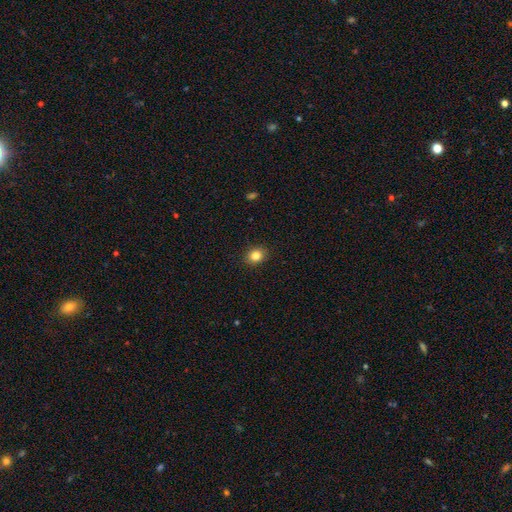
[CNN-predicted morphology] Overall: smooth (84%). How rounded: round (57%; in between 43%). Merging: none (90%).